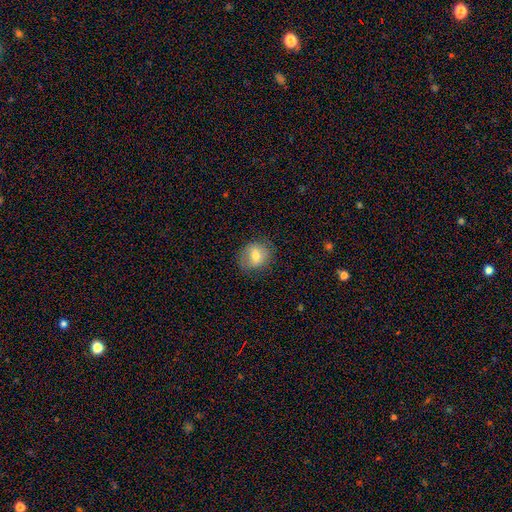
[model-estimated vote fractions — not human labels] Overall: smooth (67%). How rounded: round (65%; in between 34%). Merging: none (78%).